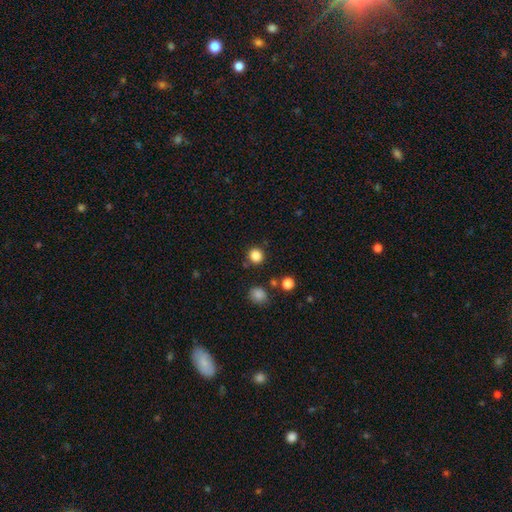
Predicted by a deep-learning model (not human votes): Smooth or featured: smooth — 84% (star or artifact — 12%)
How rounded: round — 92% (in between — 7%)
Merging: none — 88% (minor disturbance — 6%)